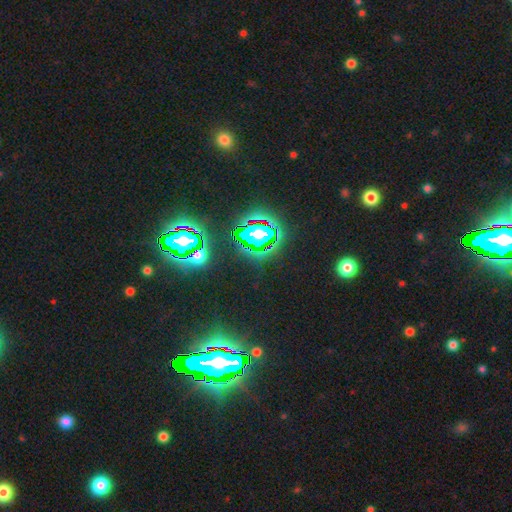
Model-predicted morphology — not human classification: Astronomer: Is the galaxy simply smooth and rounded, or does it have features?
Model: star or artifact — 82%.